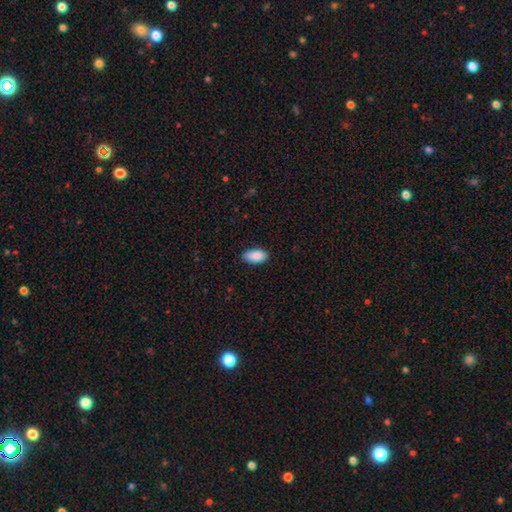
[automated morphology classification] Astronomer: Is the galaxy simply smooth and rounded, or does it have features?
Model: smooth — 89%.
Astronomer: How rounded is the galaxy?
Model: in between — 94%.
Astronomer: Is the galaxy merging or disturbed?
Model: none — 85%.